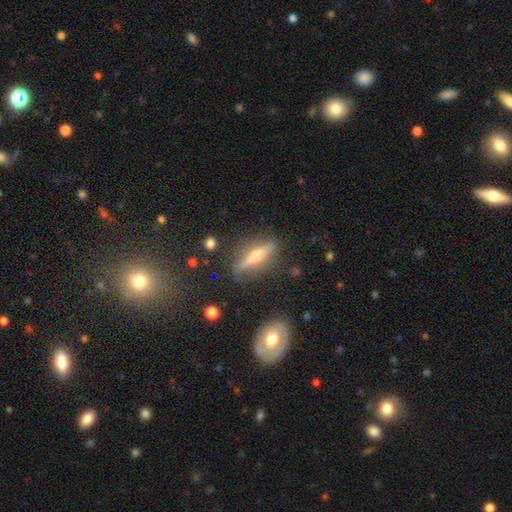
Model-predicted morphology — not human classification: smooth-or-featured: featured or disk: 67% | smooth: 25% | star or artifact: 8%
  disk-edge-on: yes: 93% | no: 7%
    edge-on-bulge: rounded: 87% | none: 8% | boxy: 6%
  merging: none: 82% | minor disturbance: 12% | major disturbance: 4% | merger: 2%